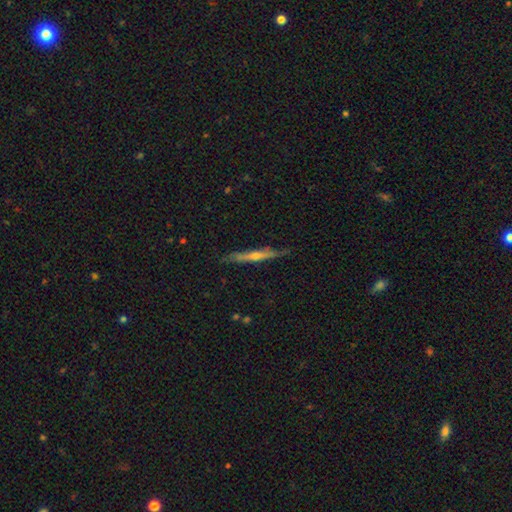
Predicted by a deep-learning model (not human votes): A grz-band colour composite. It shows a featured or disk galaxy (72%) viewed edge-on (96%) with a rounded central bulge (75%). Merging: none (87%).